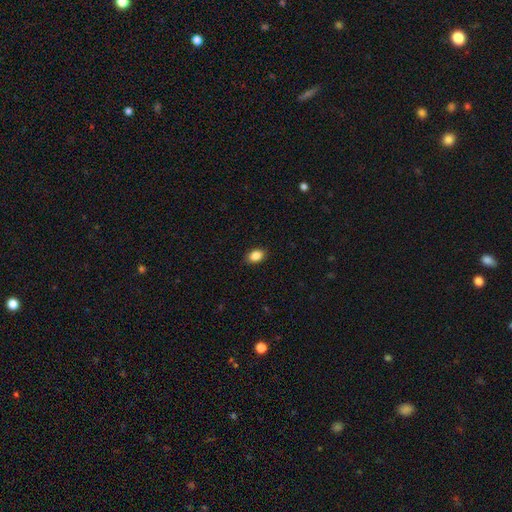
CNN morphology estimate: The model was most divided on "how rounded": in between: 83%, round: 16%, cigar-shaped: 1%. More confident: merging — none (90%); smooth or featured — smooth (87%).